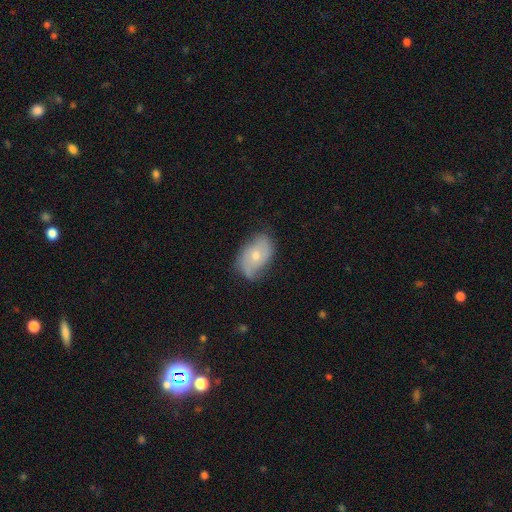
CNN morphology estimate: A featured or disk galaxy (49%). Merging: none (65%).